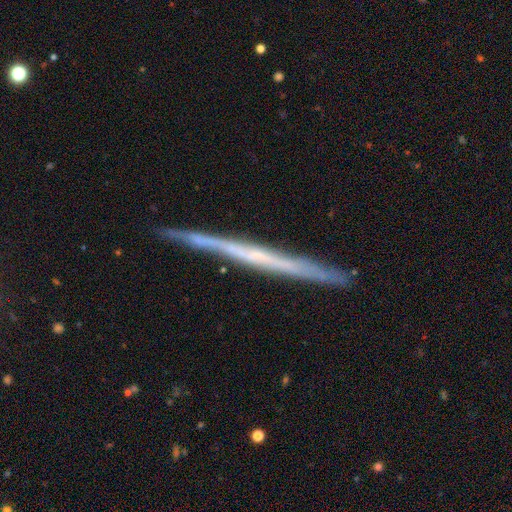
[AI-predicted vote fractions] Smooth or featured? Predicted: featured or disk (p=0.68). Edge-on disk? Predicted: yes (p=0.97). Edge-on bulge? Predicted: none (p=0.86). Merging? Predicted: none (p=0.87).